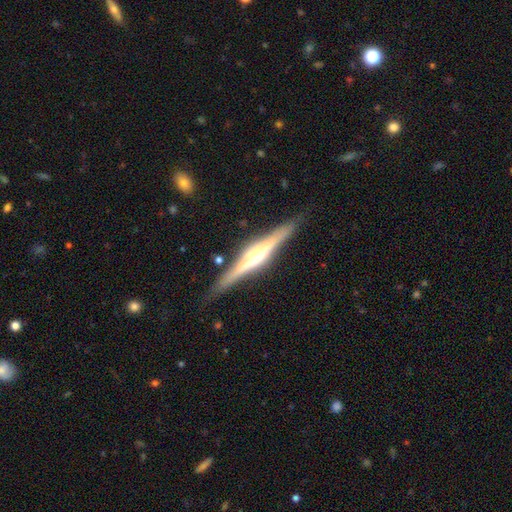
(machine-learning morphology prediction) type=featured or disk (84%); edge-on=yes (98%); edge-on bulge=rounded (68%); merging=none (89%).